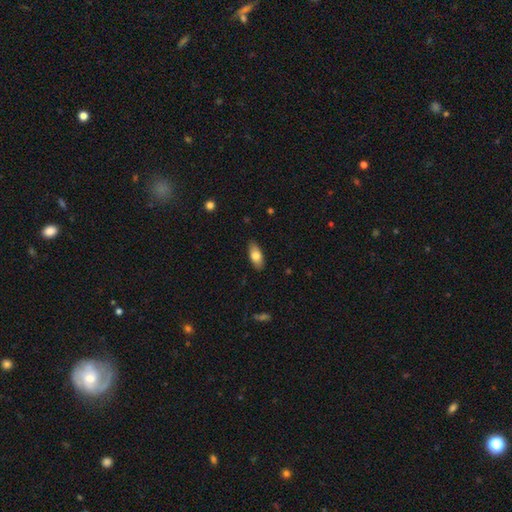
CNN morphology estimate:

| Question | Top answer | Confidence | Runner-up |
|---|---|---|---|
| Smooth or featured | smooth | 77% | featured or disk (17%) |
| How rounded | in between | 85% | cigar-shaped (13%) |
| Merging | none | 87% | minor disturbance (10%) |